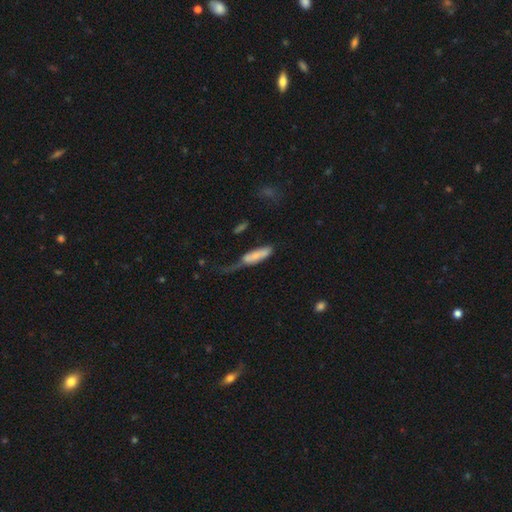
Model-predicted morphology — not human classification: Smooth or featured? Predicted: smooth (p=0.68). How rounded? Predicted: cigar-shaped (p=0.54). Merging? Predicted: major disturbance (p=0.46).